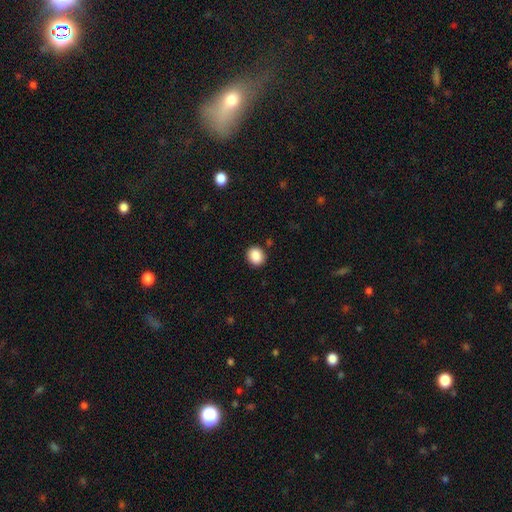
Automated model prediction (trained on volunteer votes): Smooth or featured?
  - smooth: 88% *
  - star or artifact: 9%
  - featured or disk: 3%
How rounded?
  - round: 75% *
  - in between: 25%
  - cigar-shaped: 1%
Merging?
  - none: 90% *
  - minor disturbance: 7%
  - major disturbance: 2%
  - merger: 2%